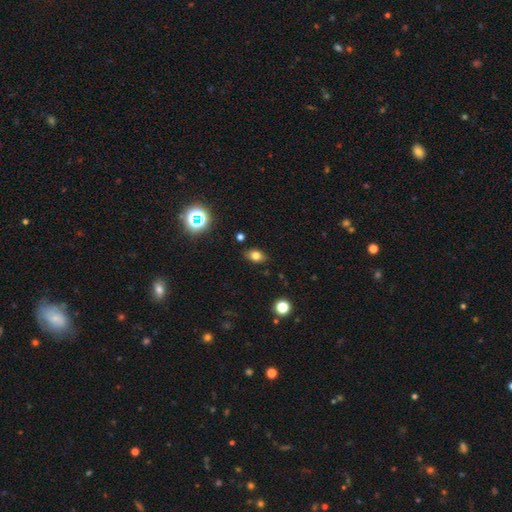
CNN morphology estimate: type=smooth (76%); roundness=in between (78%); merging=none (85%).